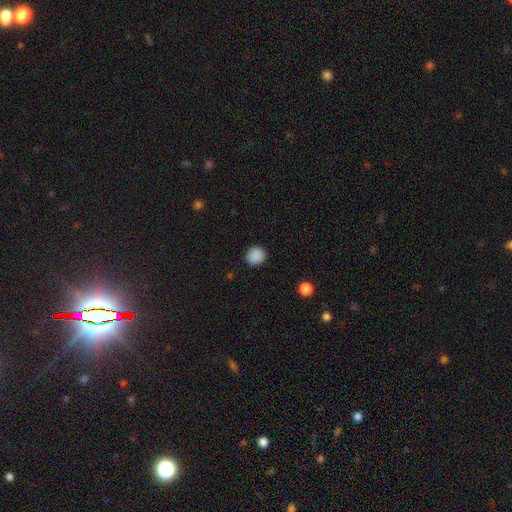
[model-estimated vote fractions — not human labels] Smooth or featured?
  - smooth: 88% *
  - star or artifact: 9%
  - featured or disk: 2%
How rounded?
  - round: 88% *
  - in between: 11%
  - cigar-shaped: 1%
Merging?
  - none: 90% *
  - minor disturbance: 7%
  - major disturbance: 2%
  - merger: 1%